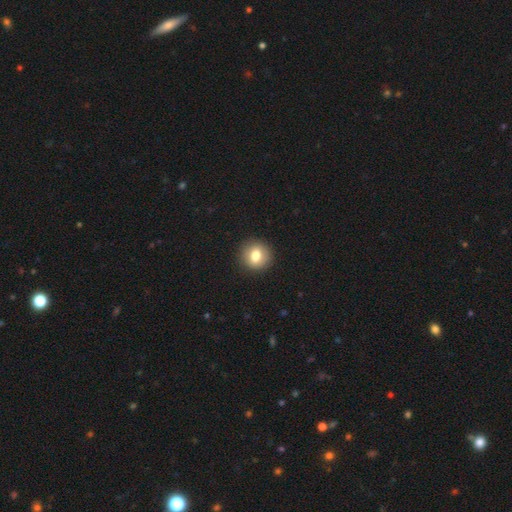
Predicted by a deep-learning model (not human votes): This is likely a smooth galaxy (77%). How rounded: clearly round (88%). Merging: clearly none (91%).